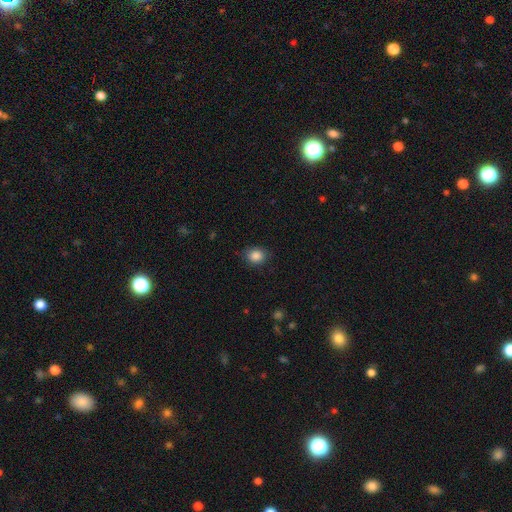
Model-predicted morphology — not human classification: smooth 87%, star or artifact 10%, featured or disk 4%. Down the decision tree: how rounded — round (61%); merging — none (83%).